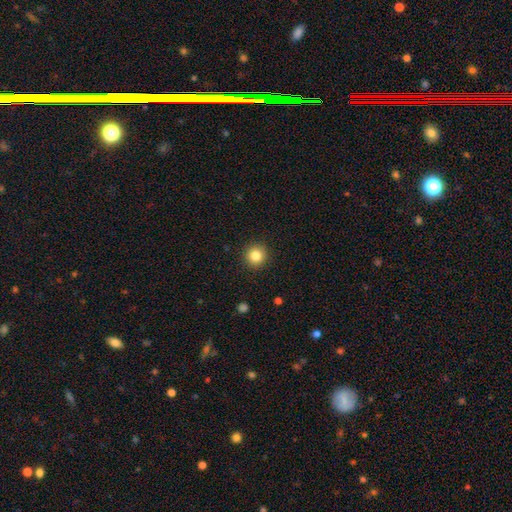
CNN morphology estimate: This appears to be a smooth galaxy with no disk features (83%) that is round (94%). Merging: none (92%).